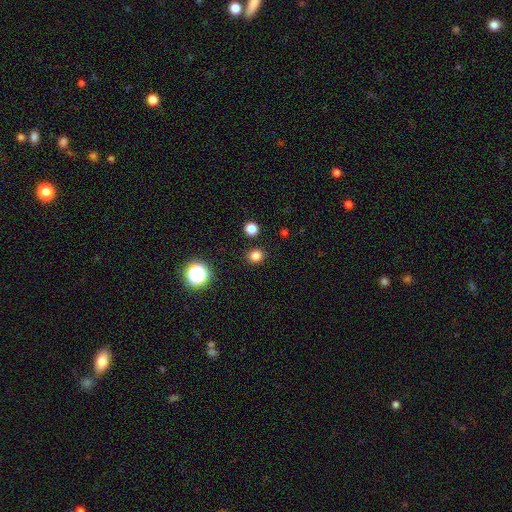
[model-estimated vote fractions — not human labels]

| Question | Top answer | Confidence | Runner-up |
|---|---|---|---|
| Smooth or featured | smooth | 80% | star or artifact (16%) |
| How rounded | round | 84% | in between (15%) |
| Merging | none | 89% | minor disturbance (6%) |